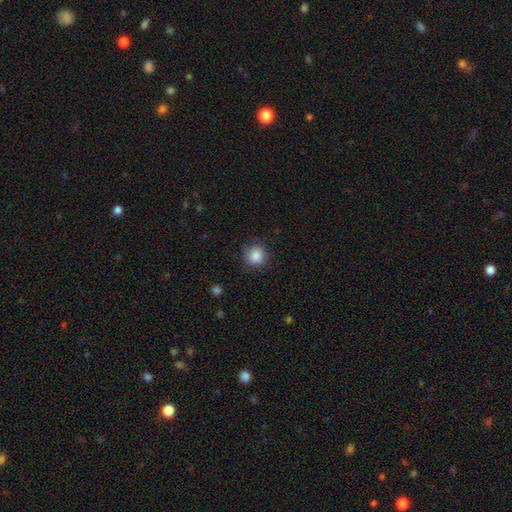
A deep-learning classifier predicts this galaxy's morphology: Overall: smooth (86%). How rounded: round (92%). Merging: none (82%).